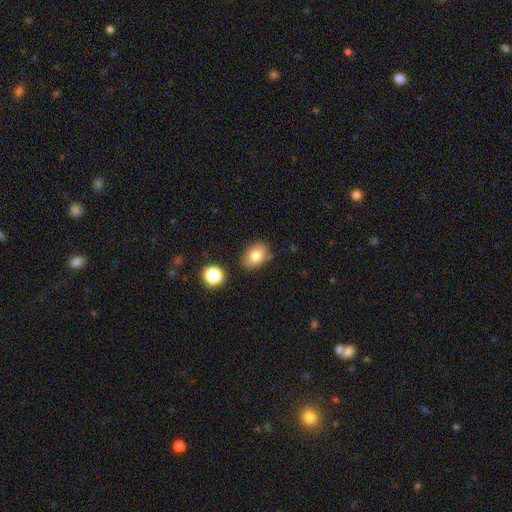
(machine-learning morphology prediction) smooth-or-featured: smooth: 79% | featured or disk: 11% | star or artifact: 10%
  how-rounded: in between: 75% | round: 24% | cigar-shaped: 1%
  merging: none: 77% | minor disturbance: 16% | merger: 4% | major disturbance: 3%